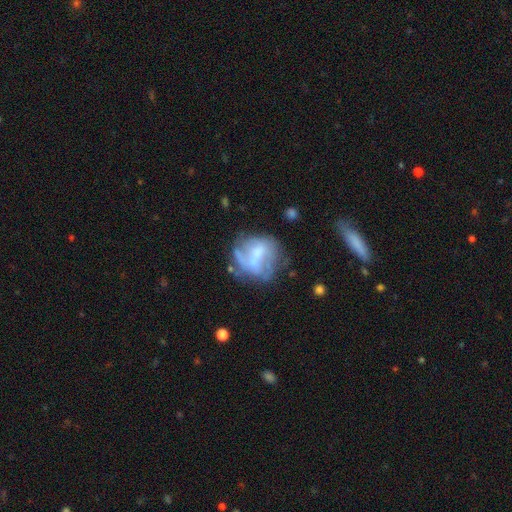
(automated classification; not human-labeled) This is likely a featured or disk galaxy (61%). It is clearly not viewed edge-on (97%). Bar: marginally weak (40%). Spiral arm pattern: possibly no (52%). Central bulge: marginally moderate (33%). Merging: possibly none (45%).